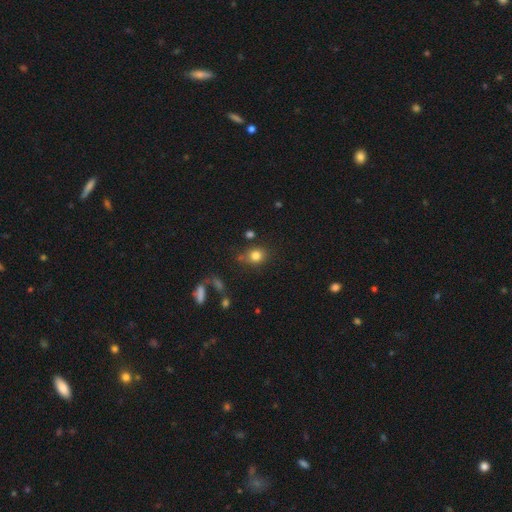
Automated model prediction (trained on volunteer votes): smooth_or_featured: smooth (p=0.81) [alt: star or artifact p=0.12]
how_rounded: round (p=0.72) [alt: in between p=0.26]
merging: none (p=0.73) [alt: minor disturbance p=0.14]